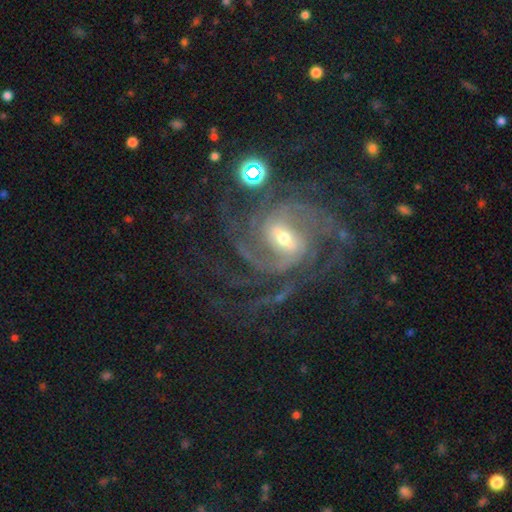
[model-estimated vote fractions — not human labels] A featured or disk galaxy (88%) with a weak bar (46%), 3 (27%) tight (47%) spiral arms (98%) and a small central bulge (50%). Merging: none (72%).